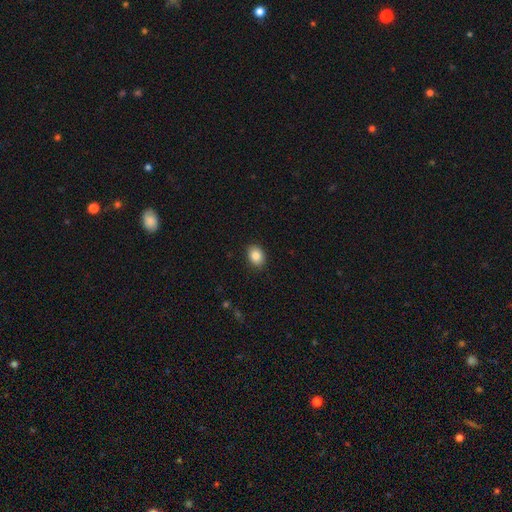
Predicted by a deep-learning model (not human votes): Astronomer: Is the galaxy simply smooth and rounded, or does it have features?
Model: smooth — 87%.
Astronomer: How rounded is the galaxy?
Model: in between — 69%.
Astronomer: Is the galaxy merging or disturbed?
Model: none — 88%.